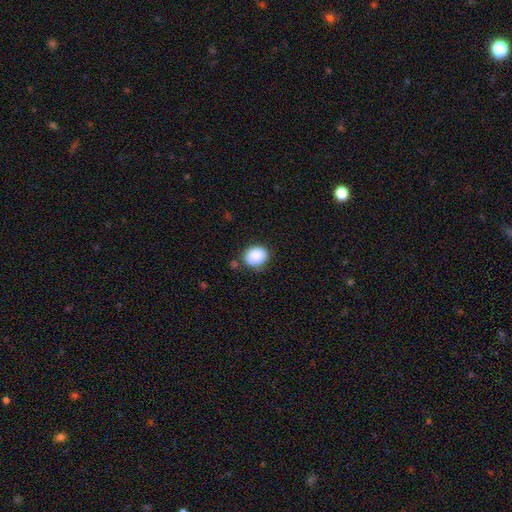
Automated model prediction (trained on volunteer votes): Q: Smooth or featured?
A: smooth (88%); runner-up: star or artifact (8%)
Q: How rounded?
A: in between (50%); runner-up: round (49%)
Q: Merging?
A: none (79%); runner-up: minor disturbance (14%)